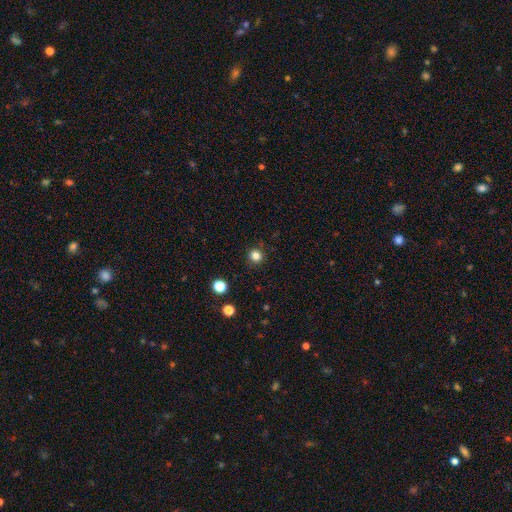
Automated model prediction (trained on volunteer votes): A smooth galaxy with no disk features (83%) that is round (91%). Merging: none (90%).